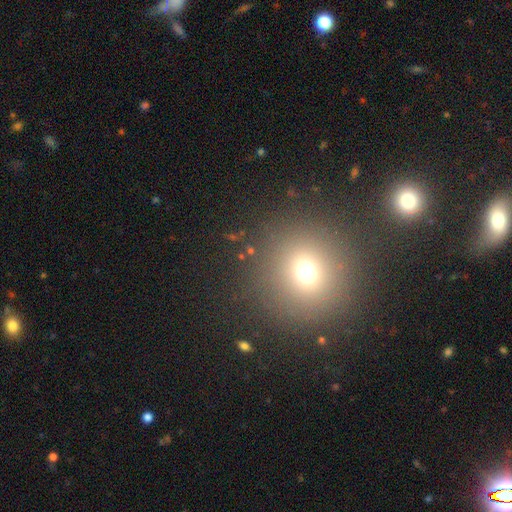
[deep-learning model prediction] Overall: smooth (59%; star or artifact 30%). How rounded: round (91%). Merging: none (88%).